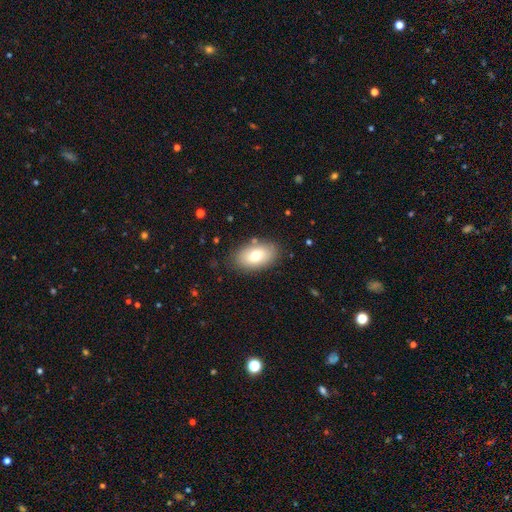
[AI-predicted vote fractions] Q: Smooth or featured?
A: smooth (73%); runner-up: featured or disk (19%)
Q: How rounded?
A: in between (91%); runner-up: round (8%)
Q: Merging?
A: none (83%); runner-up: minor disturbance (12%)